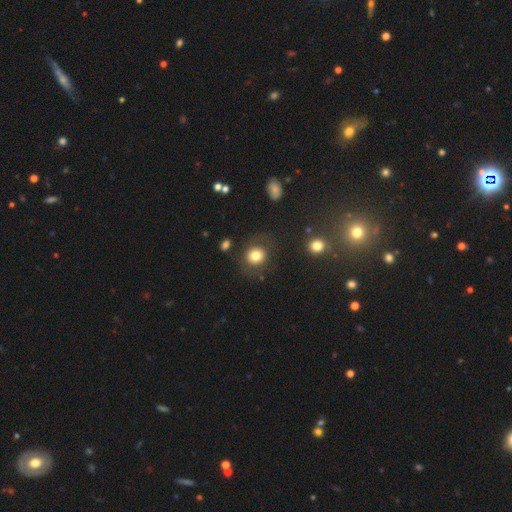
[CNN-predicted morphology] This is likely a smooth galaxy (79%). How rounded: clearly round (80%). Merging: likely none (80%).